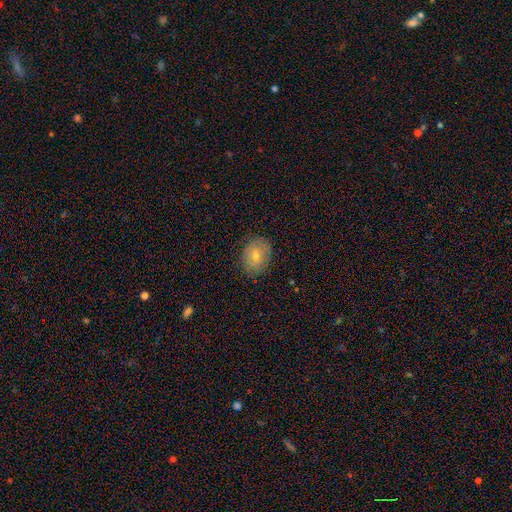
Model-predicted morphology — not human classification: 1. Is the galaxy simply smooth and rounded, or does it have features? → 60% smooth, 29% featured or disk, 12% star or artifact.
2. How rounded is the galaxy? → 58% in between, 41% round, 1% cigar-shaped.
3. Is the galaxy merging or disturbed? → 84% none, 12% minor disturbance, 3% major disturbance, 1% merger.